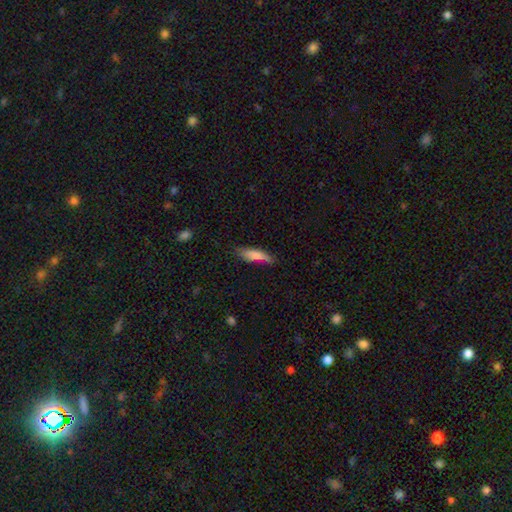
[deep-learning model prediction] Q: Smooth or featured?
A: smooth (80%); runner-up: featured or disk (14%)
Q: How rounded?
A: cigar-shaped (62%); runner-up: in between (37%)
Q: Merging?
A: none (64%); runner-up: minor disturbance (27%)